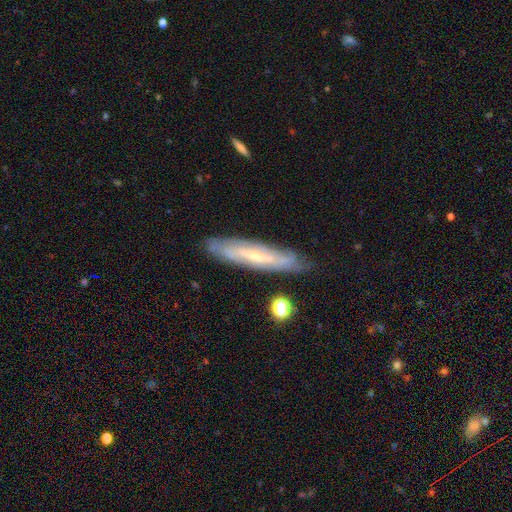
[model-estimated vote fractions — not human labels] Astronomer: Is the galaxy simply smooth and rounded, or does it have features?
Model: featured or disk — 71%.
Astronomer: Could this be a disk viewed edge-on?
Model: no — 53% (runner-up: yes, 47%).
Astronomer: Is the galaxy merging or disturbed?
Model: none — 82%.